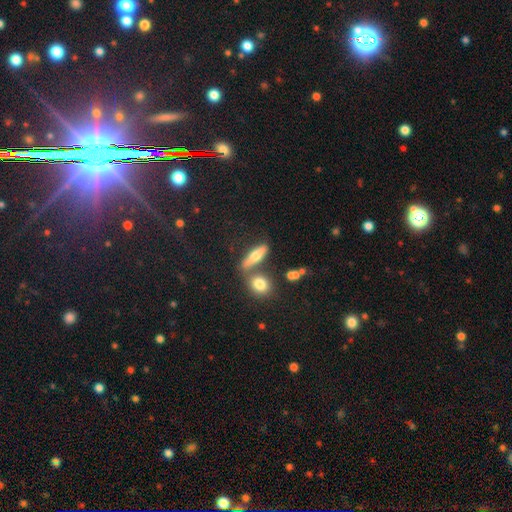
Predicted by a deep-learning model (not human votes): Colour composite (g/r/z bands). It shows a smooth galaxy with no disk features (56%) that is cigar-shaped (57%). Merging: none (61%).